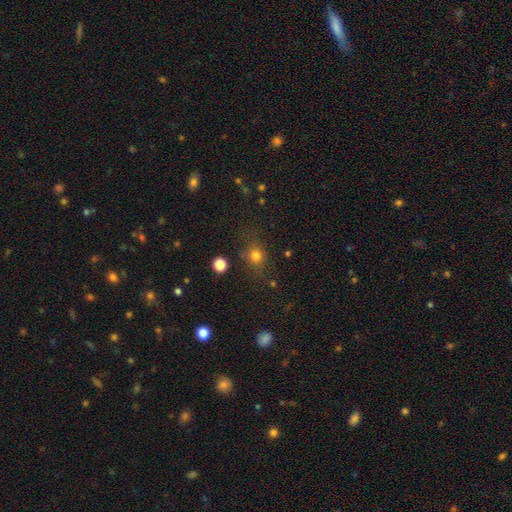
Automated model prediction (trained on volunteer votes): Q: Smooth or featured?
A: smooth (76%); runner-up: star or artifact (17%)
Q: How rounded?
A: round (76%); runner-up: in between (23%)
Q: Merging?
A: none (76%); runner-up: minor disturbance (14%)